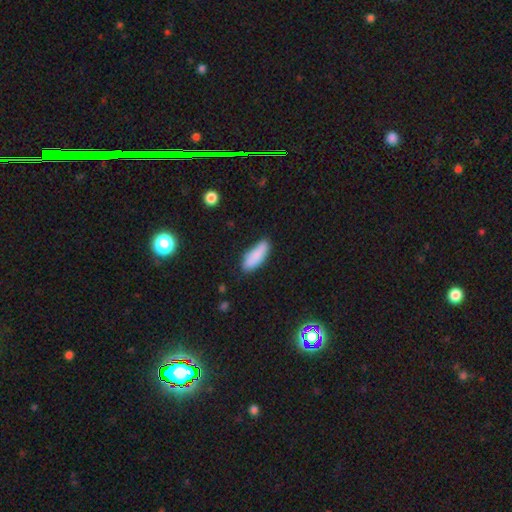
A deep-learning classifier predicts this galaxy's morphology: Q: Smooth or featured?
A: smooth (87%); runner-up: featured or disk (7%)
Q: How rounded?
A: in between (64%); runner-up: cigar-shaped (35%)
Q: Merging?
A: none (80%); runner-up: minor disturbance (15%)